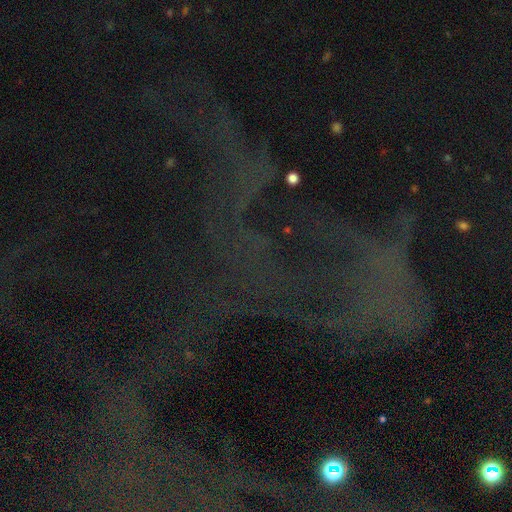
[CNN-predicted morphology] Smooth or featured?
  - star or artifact: 68% *
  - featured or disk: 19%
  - smooth: 13%